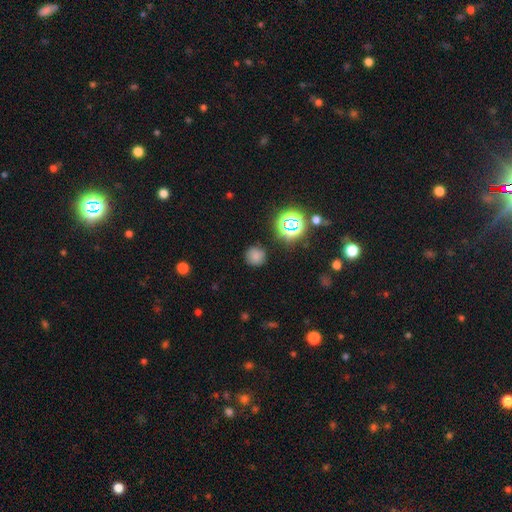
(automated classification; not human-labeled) The model was most divided on "smooth or featured": smooth: 70%, star or artifact: 22%, featured or disk: 8%. More confident: how rounded — round (91%); merging — none (83%).